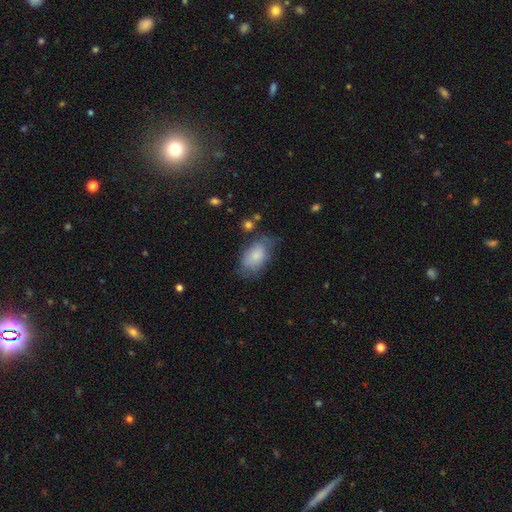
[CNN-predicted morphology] smooth-or-featured: smooth: 78% | featured or disk: 15% | star or artifact: 7%
  how-rounded: in between: 92% | round: 7% | cigar-shaped: 2%
  merging: none: 53% | minor disturbance: 31% | major disturbance: 13% | merger: 4%